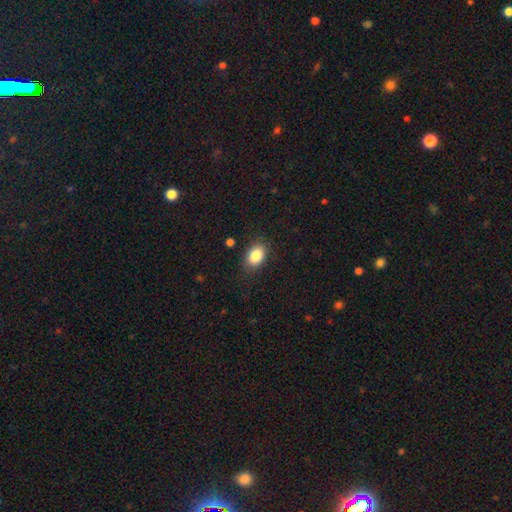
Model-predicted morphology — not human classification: Smooth or featured? smooth (85%)
How rounded? in between (80%)
Merging? none (82%)